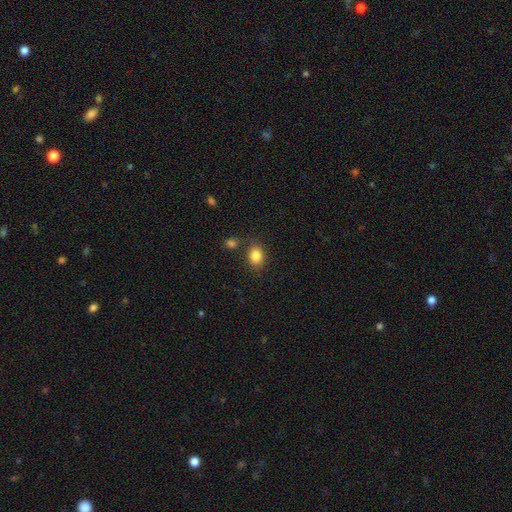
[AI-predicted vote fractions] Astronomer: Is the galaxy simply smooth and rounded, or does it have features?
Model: smooth — 85%.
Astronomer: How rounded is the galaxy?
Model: in between — 64%.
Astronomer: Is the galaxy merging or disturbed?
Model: none — 77%.